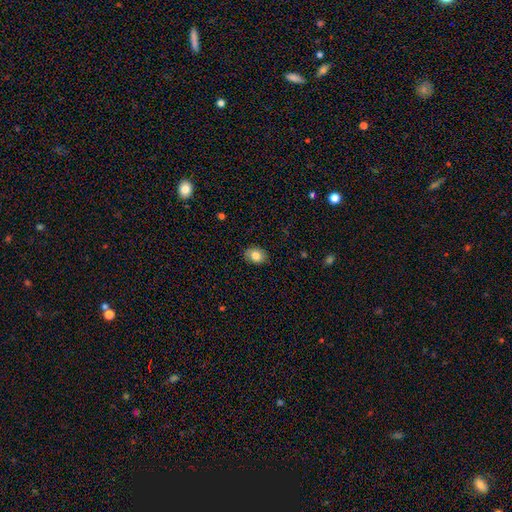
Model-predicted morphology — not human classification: This is clearly a smooth galaxy (82%). How rounded: likely in between (66%). Merging: clearly none (86%).